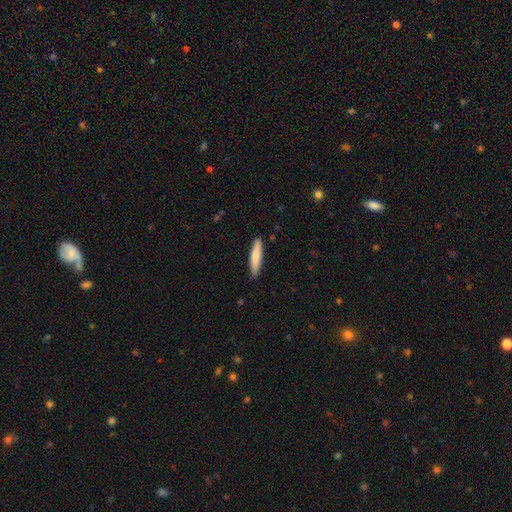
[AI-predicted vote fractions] This is likely a smooth galaxy (78%). How rounded: clearly cigar-shaped (86%). Merging: clearly none (89%).